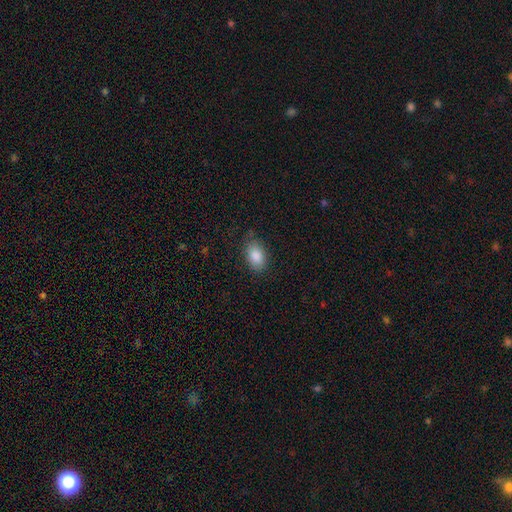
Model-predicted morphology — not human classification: A smooth galaxy with no disk features (86%) that is in between round and cigar-shaped (90%).

Vote fractions:
- Smooth or featured? smooth: 86% / star or artifact: 7% / featured or disk: 6%
- How rounded? in between: 90% / round: 8% / cigar-shaped: 2%
- Merging? none: 80% / minor disturbance: 15% / major disturbance: 4% / merger: 1%